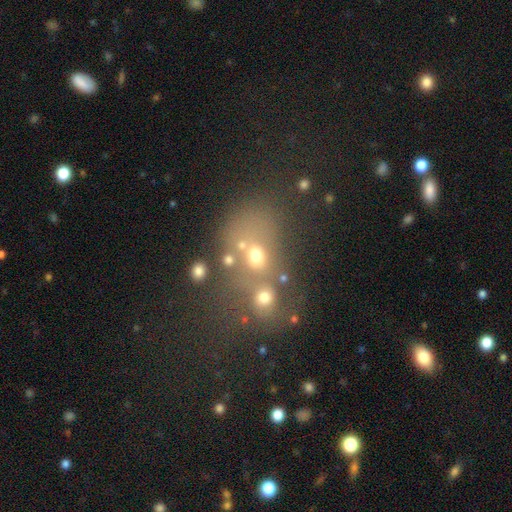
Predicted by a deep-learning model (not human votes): Overall: smooth (54%; star or artifact 24%). How rounded: round (57%; in between 42%). Merging: merger (54%; none 28%).